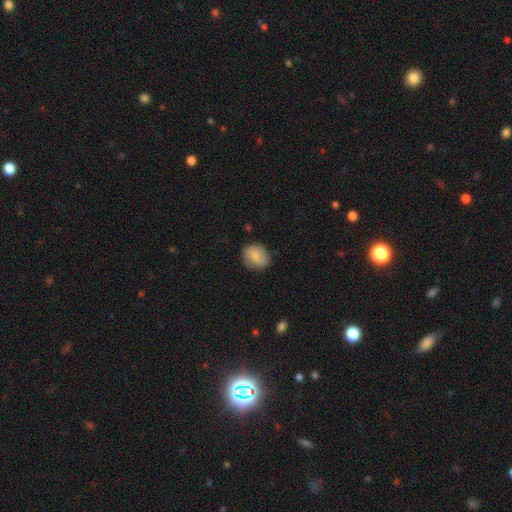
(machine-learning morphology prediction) A smooth galaxy with no disk features (79%) that is round (61%). Merging: none (79%).